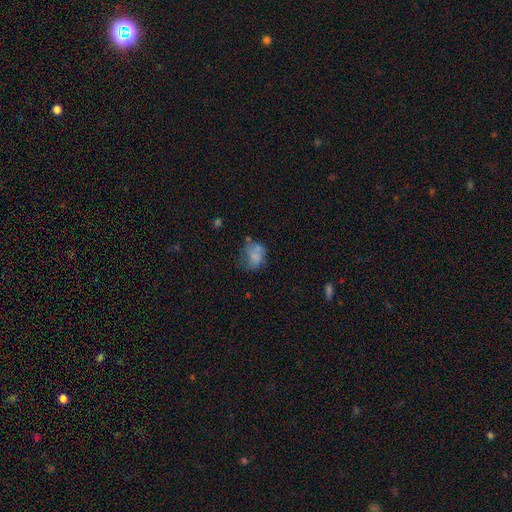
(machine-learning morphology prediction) This is likely a smooth galaxy (64%). How rounded: possibly in between (54%). Merging: marginally none (40%).